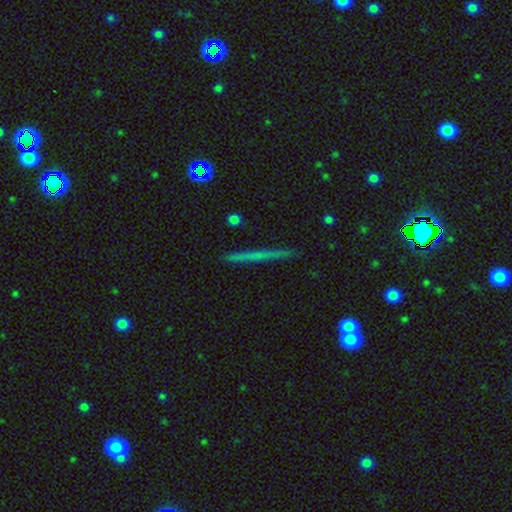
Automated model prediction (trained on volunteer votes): smooth-or-featured: featured or disk: 47% | smooth: 43% | star or artifact: 10%
  merging: none: 89% | minor disturbance: 7% | merger: 2% | major disturbance: 2%